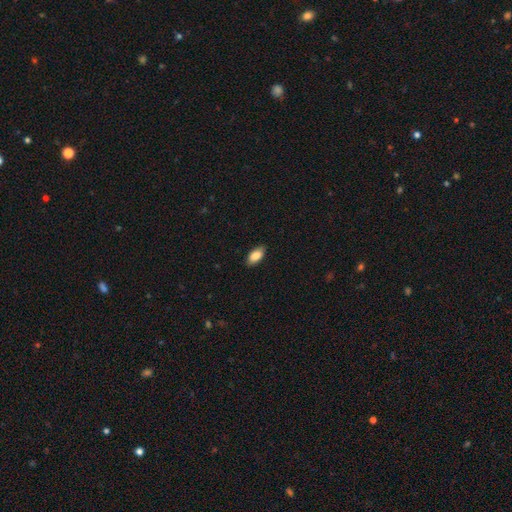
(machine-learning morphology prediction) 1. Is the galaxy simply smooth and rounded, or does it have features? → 85% smooth, 8% featured or disk, 7% star or artifact.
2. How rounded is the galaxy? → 92% in between, 5% cigar-shaped, 3% round.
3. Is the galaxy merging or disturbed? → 87% none, 10% minor disturbance, 2% major disturbance, 1% merger.